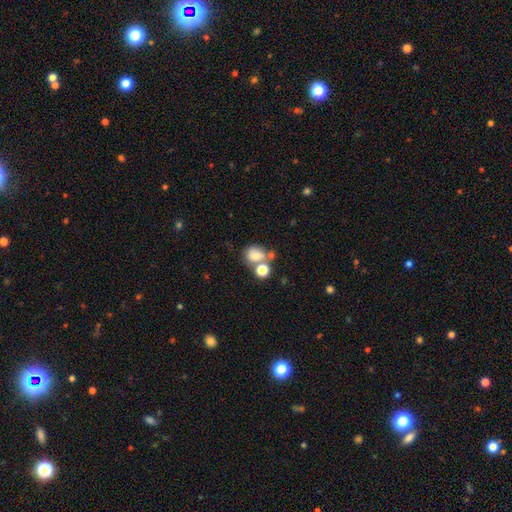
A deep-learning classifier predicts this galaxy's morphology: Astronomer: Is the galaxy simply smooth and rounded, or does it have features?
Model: smooth — 70%.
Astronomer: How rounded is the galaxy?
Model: round — 58% (runner-up: in between, 41%).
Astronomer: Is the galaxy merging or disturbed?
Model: none — 39% (runner-up: merger, 38%).